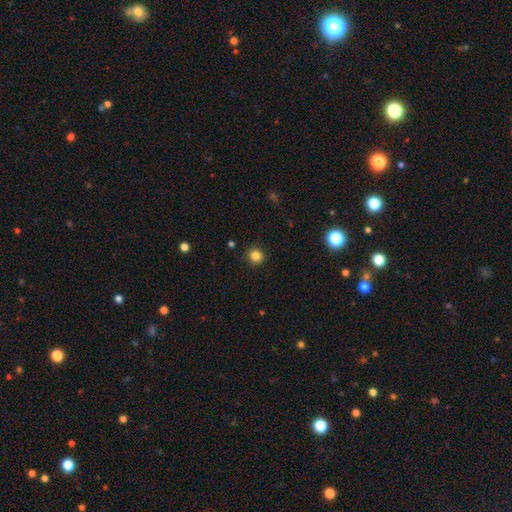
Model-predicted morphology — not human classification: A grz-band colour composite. It shows a smooth galaxy with no disk features (83%) that is round (92%). Merging: none (89%).